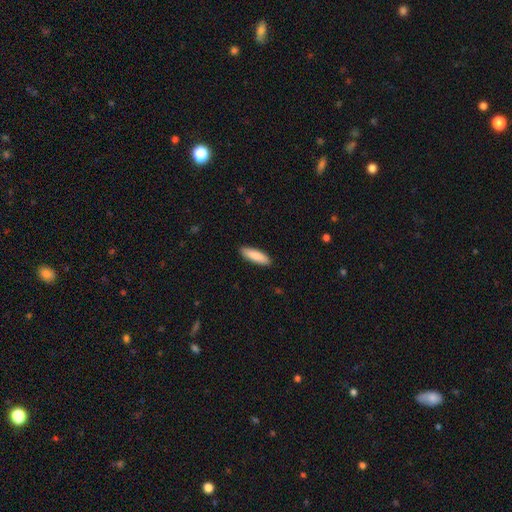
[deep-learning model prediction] Smooth or featured? smooth (88%)
How rounded? cigar-shaped (59%)
Merging? none (90%)